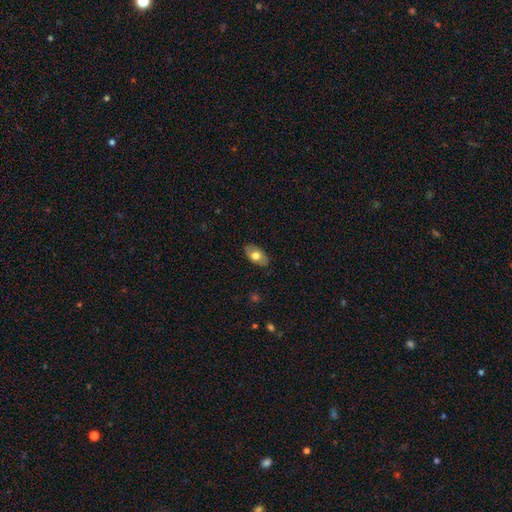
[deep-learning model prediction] This is likely a smooth galaxy (68%). How rounded: clearly in between (92%). Merging: clearly none (84%).